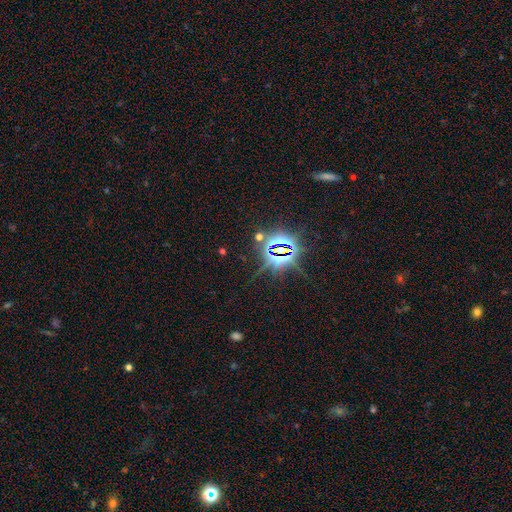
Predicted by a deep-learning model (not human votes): star or artifact 84%, smooth 9%, featured or disk 7%.